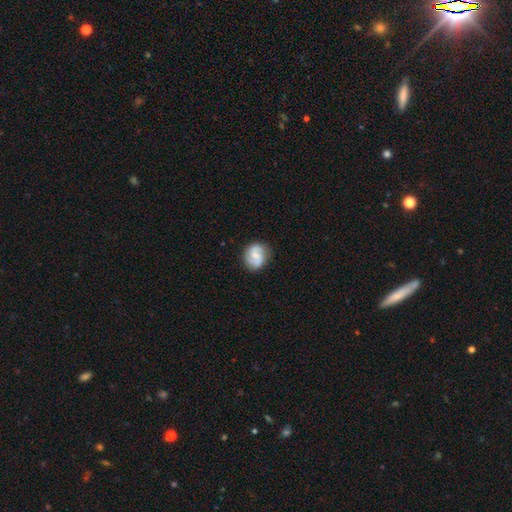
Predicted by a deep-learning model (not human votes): Smooth or featured? Predicted: featured or disk (p=0.55). Edge-on disk? Predicted: no (p=0.98). Bar? Predicted: weak (p=0.46). Spiral arms? Predicted: yes (p=0.89). Bulge size? Predicted: small (p=0.48). Merging? Predicted: none (p=0.81).